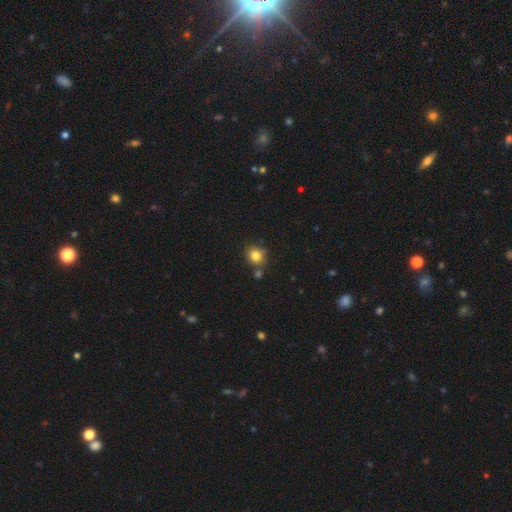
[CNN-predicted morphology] This appears to be a smooth galaxy with no disk features (82%) that is round (83%). Merging: none (74%).